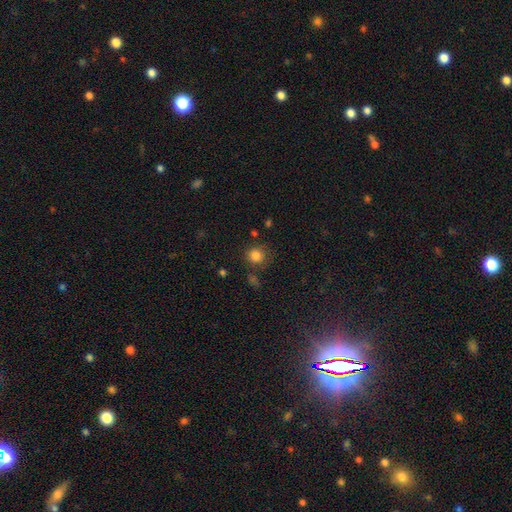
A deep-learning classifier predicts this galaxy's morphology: smooth-or-featured: smooth: 83% | star or artifact: 12% | featured or disk: 5%
  how-rounded: round: 88% | in between: 11% | cigar-shaped: 1%
  merging: none: 74% | minor disturbance: 14% | merger: 7% | major disturbance: 6%